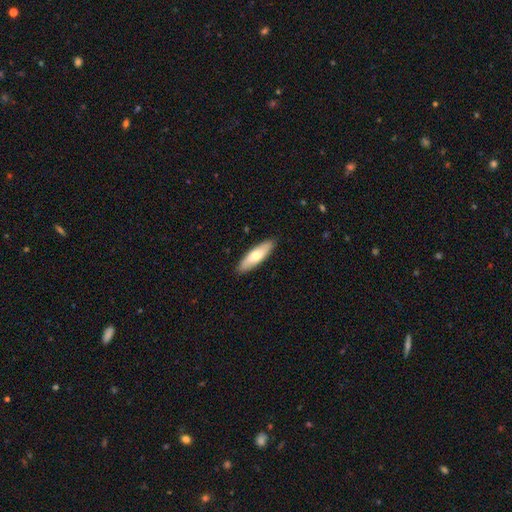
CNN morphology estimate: smooth_or_featured: smooth (p=0.67) [alt: featured or disk p=0.28]
how_rounded: cigar-shaped (p=0.50) [alt: in between p=0.48]
merging: none (p=0.89) [alt: minor disturbance p=0.09]